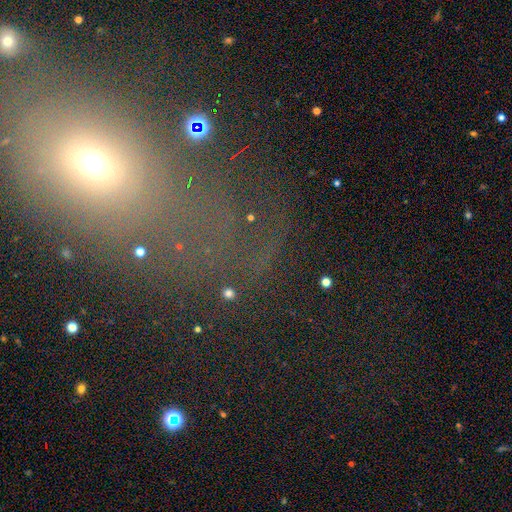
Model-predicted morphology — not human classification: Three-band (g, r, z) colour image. It shows a star or artifact, not a galaxy (43%).